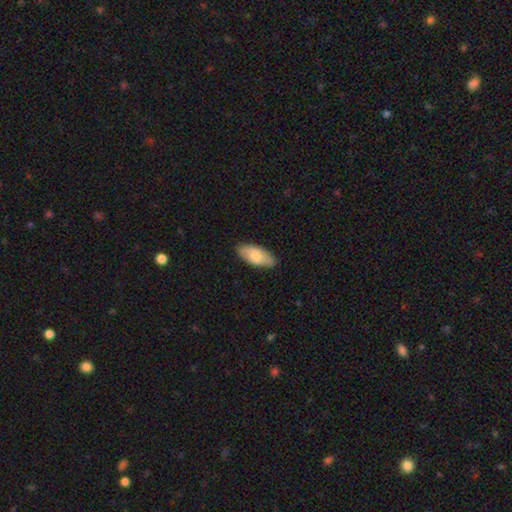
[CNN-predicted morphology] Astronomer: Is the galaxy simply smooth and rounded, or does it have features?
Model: smooth — 79%.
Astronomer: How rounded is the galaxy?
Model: in between — 88%.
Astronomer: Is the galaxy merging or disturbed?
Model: none — 85%.